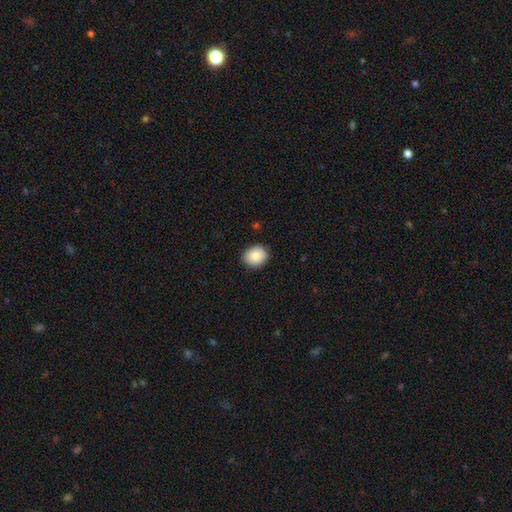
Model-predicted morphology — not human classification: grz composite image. It shows a smooth galaxy with no disk features (86%) that is round (66%). Merging: none (87%).